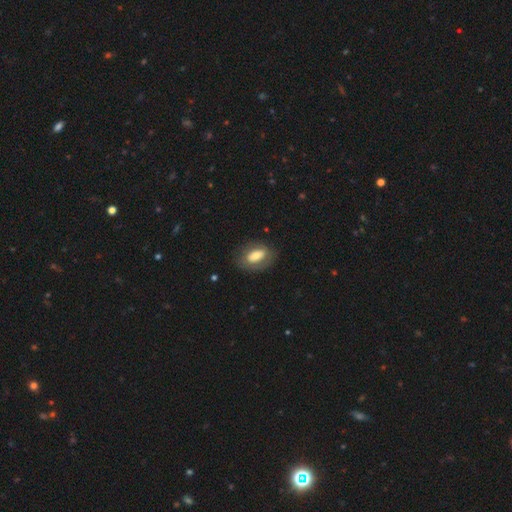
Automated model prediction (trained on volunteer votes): smooth 60%, featured or disk 33%, star or artifact 7%. Down the decision tree: how rounded — in between (88%); merging — none (71%).